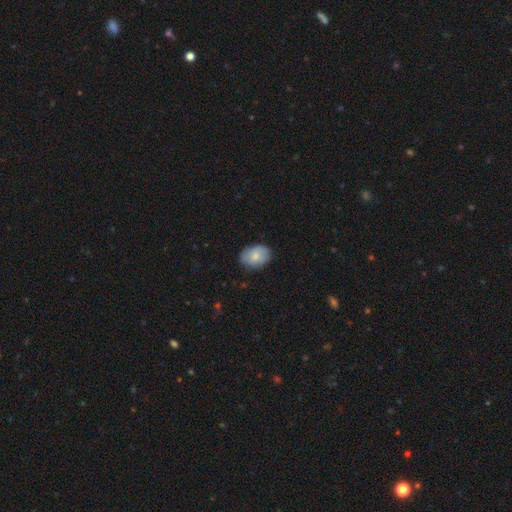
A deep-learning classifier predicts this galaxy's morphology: Smooth or featured? Predicted: smooth (p=0.79). How rounded? Predicted: in between (p=0.83). Merging? Predicted: none (p=0.81).